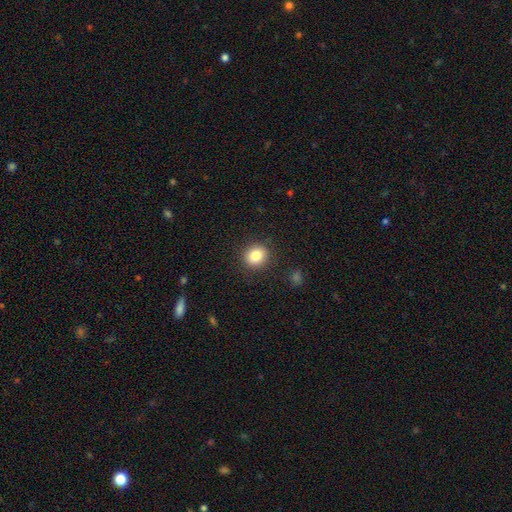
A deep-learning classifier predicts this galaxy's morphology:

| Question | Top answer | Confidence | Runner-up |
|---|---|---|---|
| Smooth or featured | smooth | 84% | star or artifact (9%) |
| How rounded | round | 75% | in between (24%) |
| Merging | none | 89% | minor disturbance (8%) |